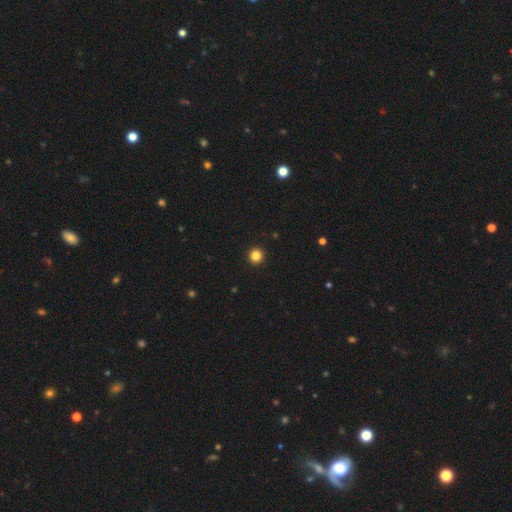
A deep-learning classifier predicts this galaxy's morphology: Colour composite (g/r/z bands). It shows a smooth galaxy with no disk features (85%) that is round (96%). Merging: none (94%).